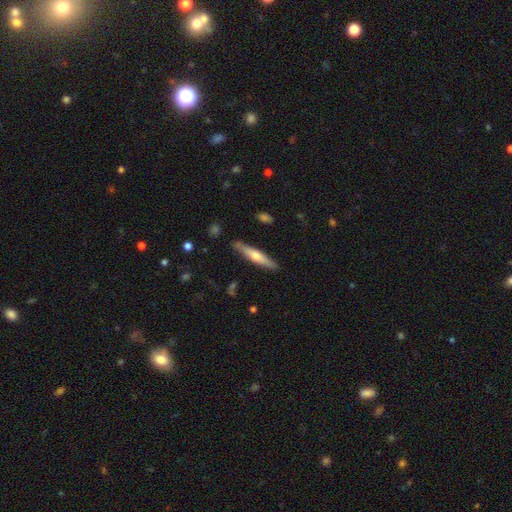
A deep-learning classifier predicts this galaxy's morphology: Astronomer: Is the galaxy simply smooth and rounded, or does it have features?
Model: featured or disk — 53% (runner-up: smooth, 41%).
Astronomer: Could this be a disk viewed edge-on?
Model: yes — 95%.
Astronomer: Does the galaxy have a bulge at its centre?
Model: rounded — 87%.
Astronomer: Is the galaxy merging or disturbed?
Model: none — 88%.